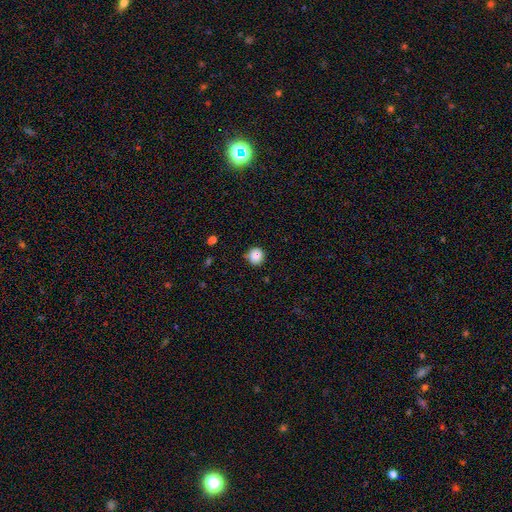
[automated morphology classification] This appears to be a smooth galaxy with no disk features (87%) that is round (91%). Merging: none (82%).